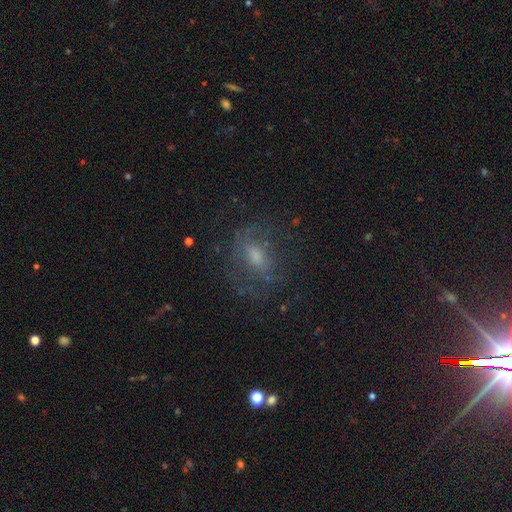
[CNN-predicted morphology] A featured or disk galaxy (49%).

Vote fractions:
- Smooth or featured? featured or disk: 49% / smooth: 36% / star or artifact: 15%
- Merging? none: 60% / minor disturbance: 19% / major disturbance: 18% / merger: 2%